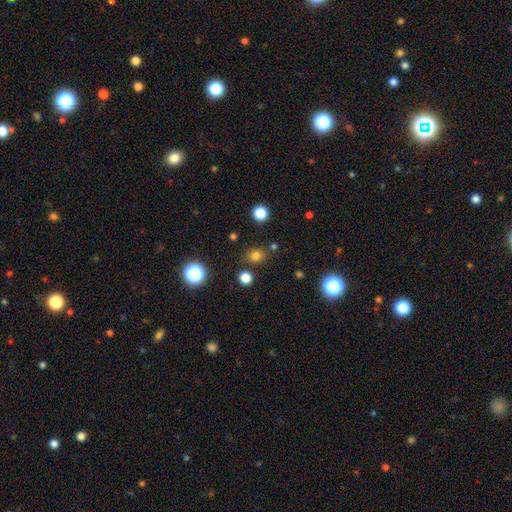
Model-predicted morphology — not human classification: Smooth or featured?
  - smooth: 75% *
  - star or artifact: 19%
  - featured or disk: 6%
How rounded?
  - round: 75% *
  - in between: 24%
  - cigar-shaped: 1%
Merging?
  - none: 81% *
  - minor disturbance: 10%
  - merger: 6%
  - major disturbance: 3%